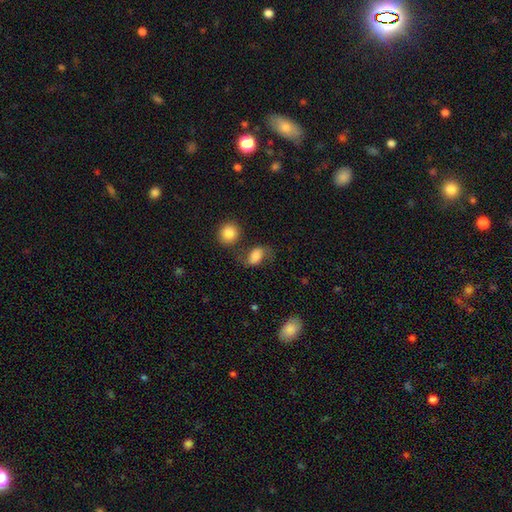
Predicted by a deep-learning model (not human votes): A smooth galaxy with no disk features (67%) that is in between round and cigar-shaped (79%). Merging: none (54%).